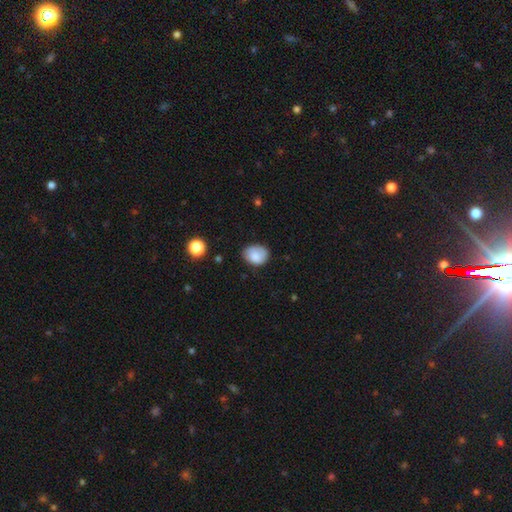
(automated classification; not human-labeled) The model was most divided on "how rounded": in between: 53%, round: 47%, cigar-shaped: 1%. More confident: smooth or featured — smooth (83%); merging — none (68%).